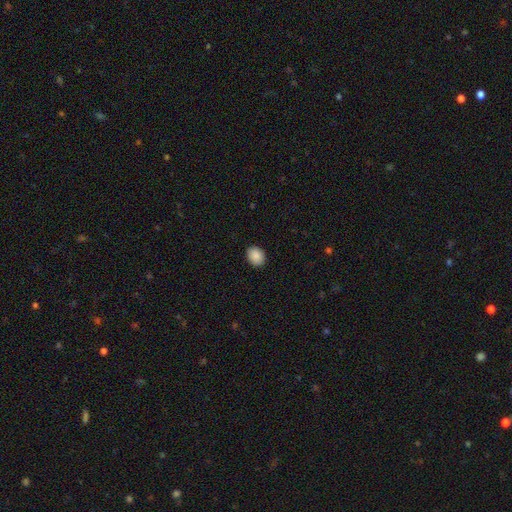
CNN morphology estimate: This appears to be a smooth galaxy with no disk features (90%) that is in between round and cigar-shaped (57%). Merging: none (90%).